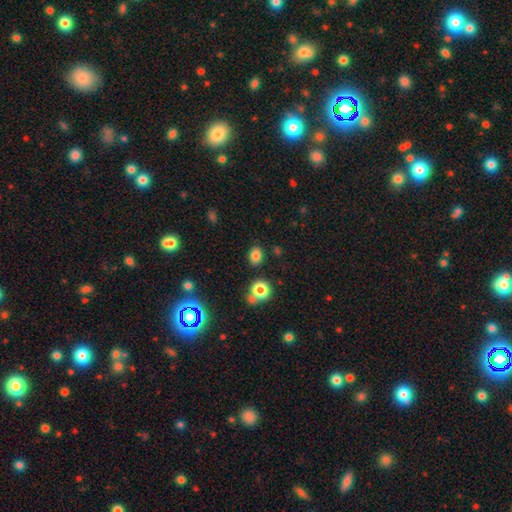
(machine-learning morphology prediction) This is likely a smooth galaxy (80%). How rounded: possibly in between (59%). Merging: clearly none (82%).